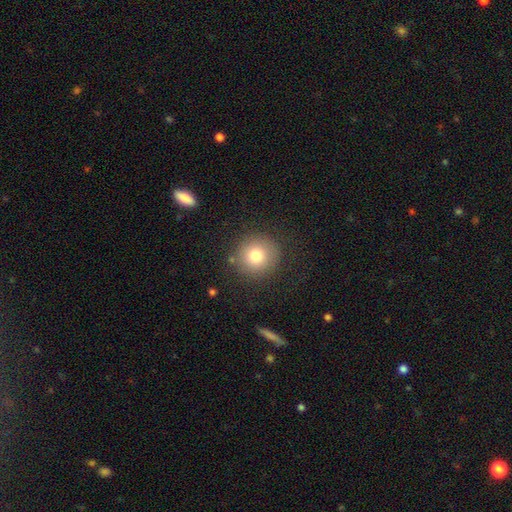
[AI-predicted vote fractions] This is likely a smooth galaxy (78%). How rounded: clearly round (94%). Merging: clearly none (86%).